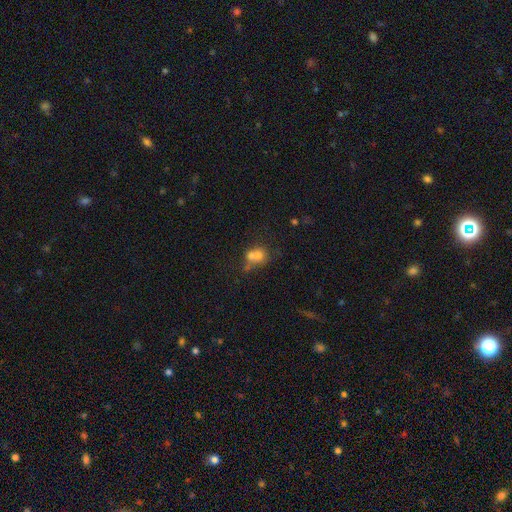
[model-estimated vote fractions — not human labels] Morphology: type=smooth (66%); roundness=round (62%); merging=merger (59%).